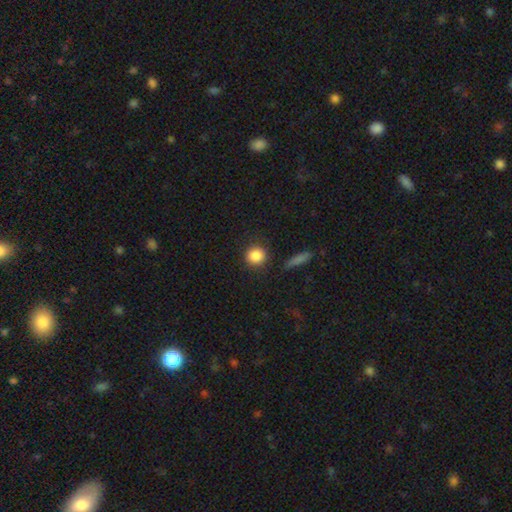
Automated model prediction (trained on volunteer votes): Smooth or featured? smooth (86%)
How rounded? round (89%)
Merging? none (87%)